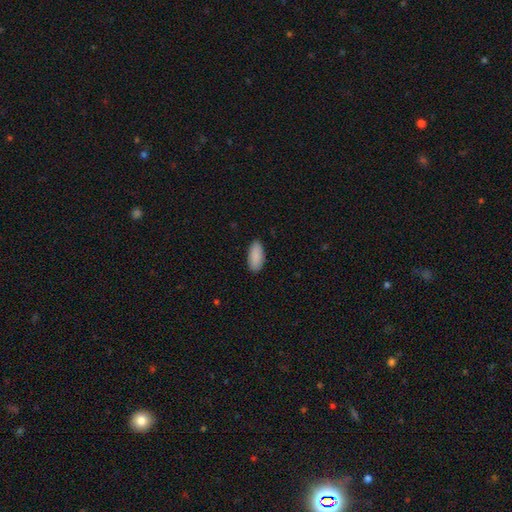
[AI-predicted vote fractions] smooth-or-featured: smooth: 91% | star or artifact: 6% | featured or disk: 4%
  how-rounded: in between: 91% | cigar-shaped: 8% | round: 2%
  merging: none: 89% | minor disturbance: 9% | major disturbance: 2% | merger: 1%